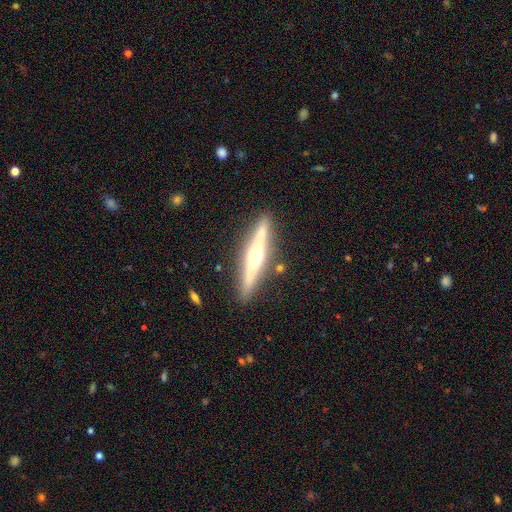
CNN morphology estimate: Overall: featured or disk (70%). Edge-on disk: yes (96%). Edge-on bulge: rounded (87%). Merging: none (87%).